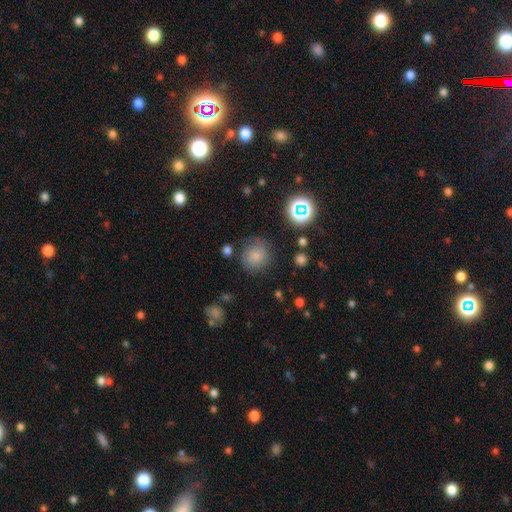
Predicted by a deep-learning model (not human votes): This appears to be a smooth galaxy with no disk features (77%) that is round (88%). Merging: none (74%).